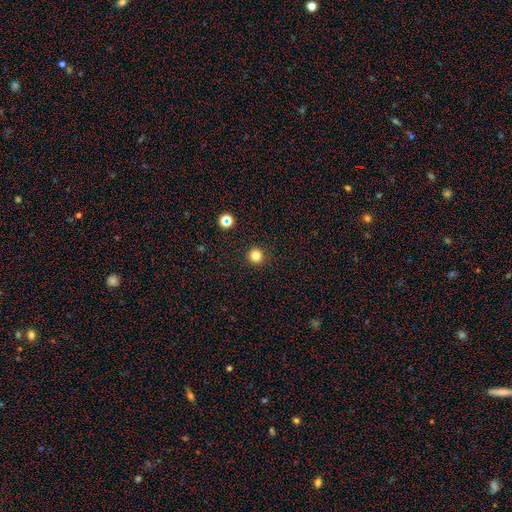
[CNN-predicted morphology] smooth-or-featured: smooth: 81% | star or artifact: 14% | featured or disk: 5%
  how-rounded: round: 96% | in between: 3% | cigar-shaped: 1%
  merging: none: 93% | minor disturbance: 4% | major disturbance: 2% | merger: 1%